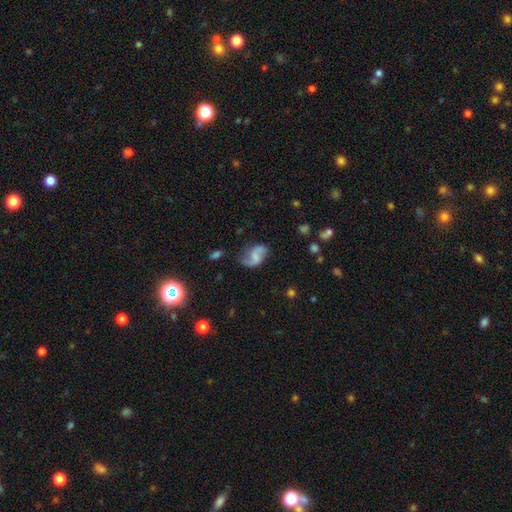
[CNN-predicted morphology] This appears to be a featured or disk galaxy (68%) with no bar (47%), 2 (89%) loose (71%) spiral arms (92%) and no central bulge (60%). Merging: none (64%).